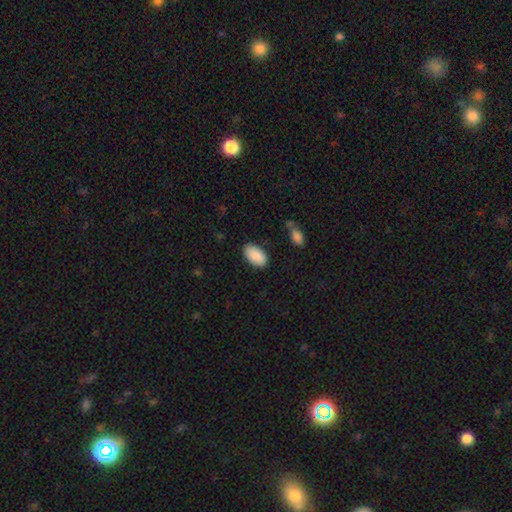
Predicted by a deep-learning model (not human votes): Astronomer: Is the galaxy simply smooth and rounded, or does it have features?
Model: smooth — 90%.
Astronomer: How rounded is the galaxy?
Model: in between — 95%.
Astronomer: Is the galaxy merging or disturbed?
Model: none — 85%.